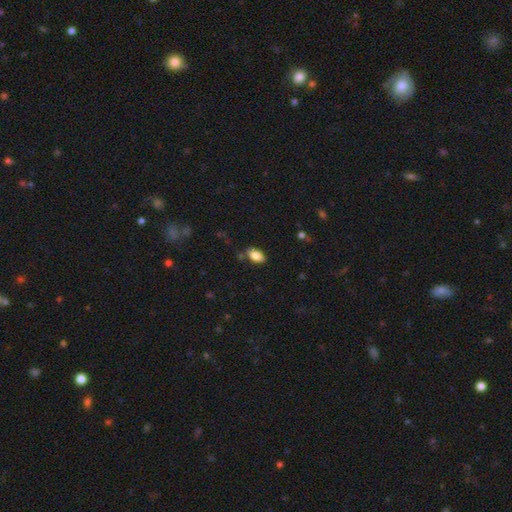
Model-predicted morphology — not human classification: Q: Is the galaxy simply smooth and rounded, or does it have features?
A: smooth — 83%.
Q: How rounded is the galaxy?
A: in between — 92%.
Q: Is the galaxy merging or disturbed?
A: none — 80%.